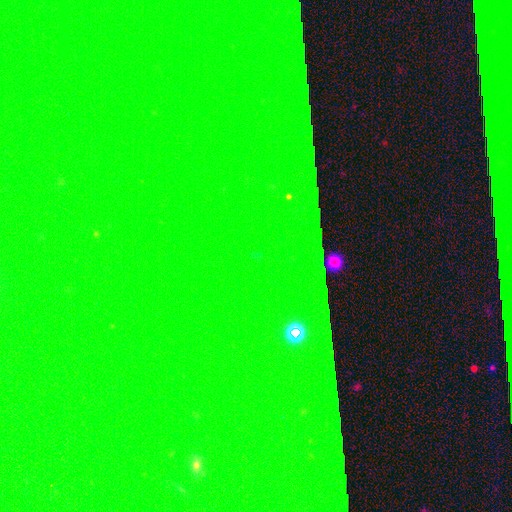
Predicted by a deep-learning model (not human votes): A star or artifact, not a galaxy (82%).